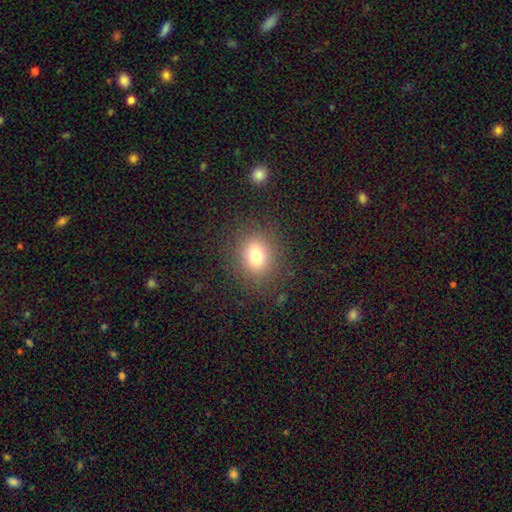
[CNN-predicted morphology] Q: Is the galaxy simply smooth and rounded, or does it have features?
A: smooth — 78%.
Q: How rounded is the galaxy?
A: round — 62%.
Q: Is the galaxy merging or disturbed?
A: none — 87%.